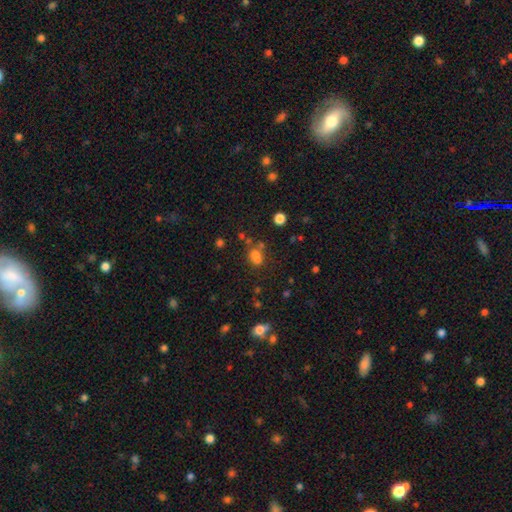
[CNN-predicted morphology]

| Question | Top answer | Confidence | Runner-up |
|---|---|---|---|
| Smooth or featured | smooth | 73% | star or artifact (19%) |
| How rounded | in between | 67% | round (31%) |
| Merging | none | 54% | merger (20%) |